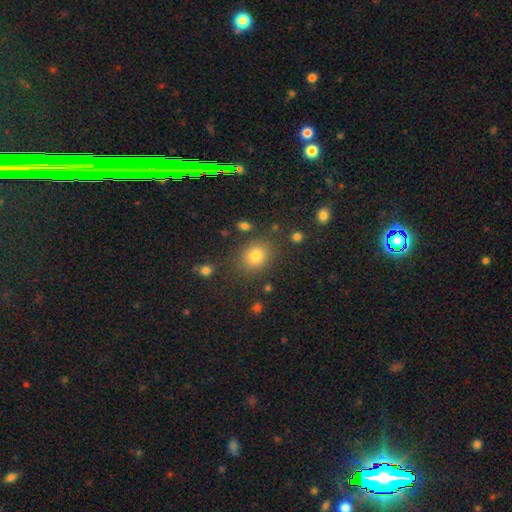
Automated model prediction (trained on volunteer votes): Smooth or featured? Predicted: smooth (p=0.75). How rounded? Predicted: round (p=0.58). Merging? Predicted: none (p=0.81).